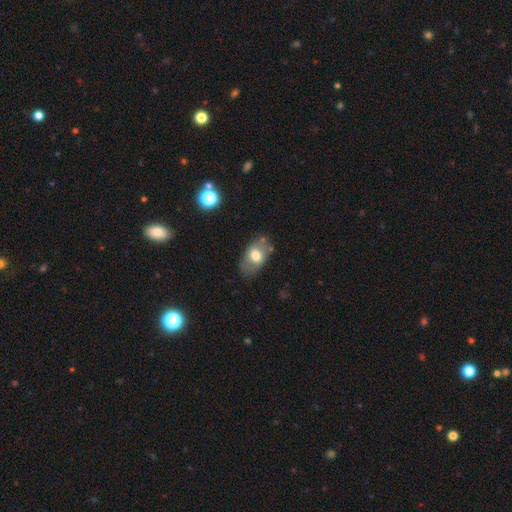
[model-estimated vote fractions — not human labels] Q: Smooth or featured?
A: smooth (67%); runner-up: featured or disk (26%)
Q: How rounded?
A: in between (89%); runner-up: round (10%)
Q: Merging?
A: none (70%); runner-up: minor disturbance (20%)